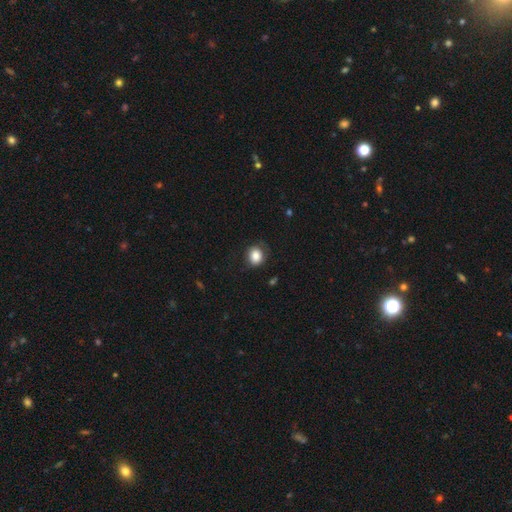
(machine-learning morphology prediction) Smooth or featured? Predicted: smooth (p=0.83). How rounded? Predicted: round (p=0.67). Merging? Predicted: none (p=0.78).